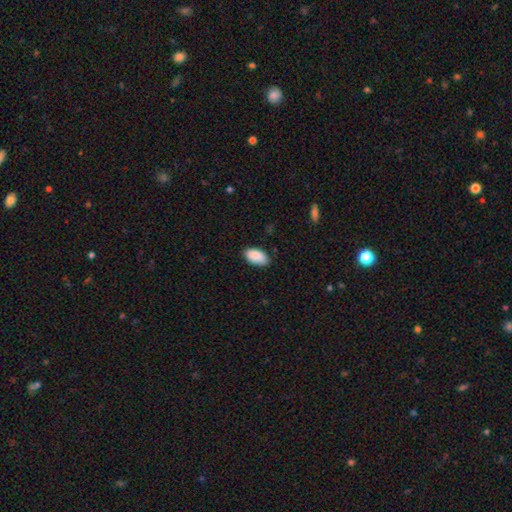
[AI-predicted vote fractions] A smooth galaxy with no disk features (90%) that is in between round and cigar-shaped (95%).

Vote fractions:
- Smooth or featured? smooth: 90% / star or artifact: 6% / featured or disk: 4%
- How rounded? in between: 95% / round: 3% / cigar-shaped: 2%
- Merging? none: 84% / minor disturbance: 13% / major disturbance: 2% / merger: 1%